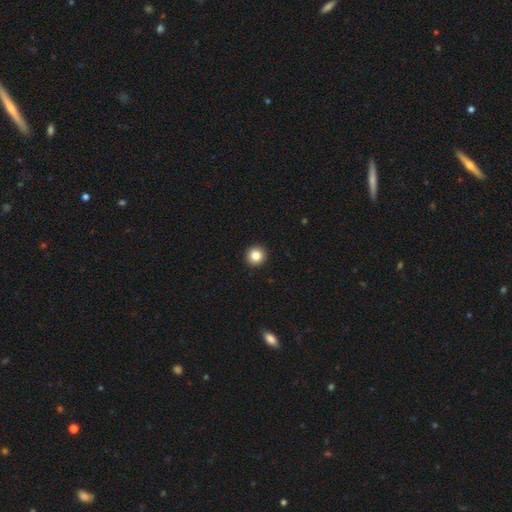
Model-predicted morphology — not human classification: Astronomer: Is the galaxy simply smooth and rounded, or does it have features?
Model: smooth — 84%.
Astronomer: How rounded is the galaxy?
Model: round — 95%.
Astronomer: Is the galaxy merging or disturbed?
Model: none — 94%.